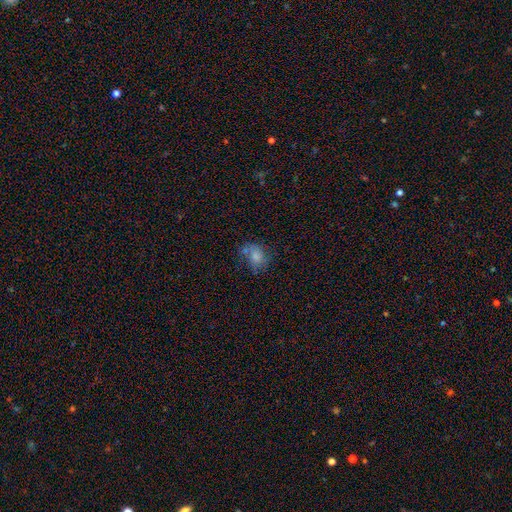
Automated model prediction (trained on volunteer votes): Smooth or featured? smooth (69%)
How rounded? in between (54%)
Merging? none (47%)